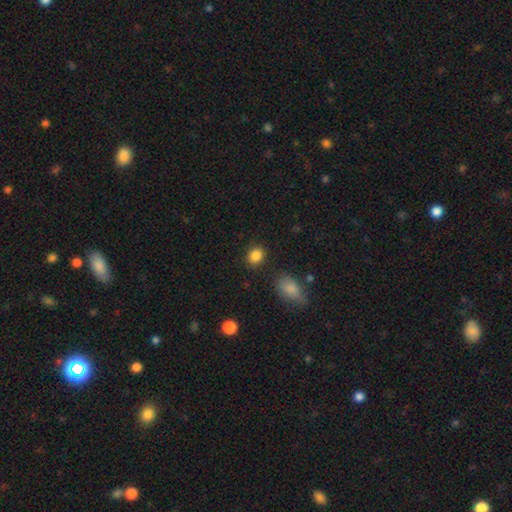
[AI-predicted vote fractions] A smooth galaxy with no disk features (87%) that is round (61%).

Vote fractions:
- Smooth or featured? smooth: 87% / star or artifact: 10% / featured or disk: 4%
- How rounded? round: 61% / in between: 38% / cigar-shaped: 1%
- Merging? none: 85% / minor disturbance: 10% / major disturbance: 3% / merger: 3%